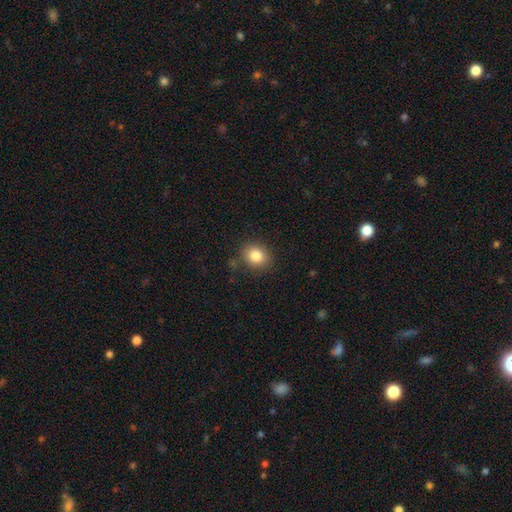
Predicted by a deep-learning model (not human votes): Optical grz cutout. It shows a smooth galaxy with no disk features (83%) that is round (65%). Merging: none (84%).